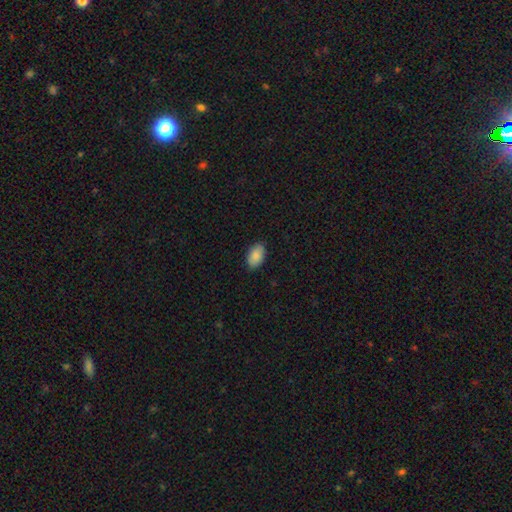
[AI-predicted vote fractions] Smooth or featured: smooth — 89% (star or artifact — 6%)
How rounded: in between — 92% (round — 6%)
Merging: none — 86% (minor disturbance — 11%)